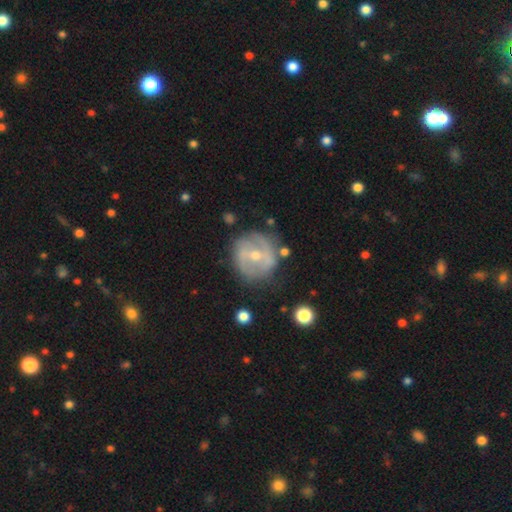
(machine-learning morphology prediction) This is likely a featured or disk galaxy (73%). It is clearly not viewed edge-on (96%). Bar: marginally weak (42%). Spiral arm pattern: likely yes (66%). Central bulge: possibly moderate (51%). Merging: likely none (74%).